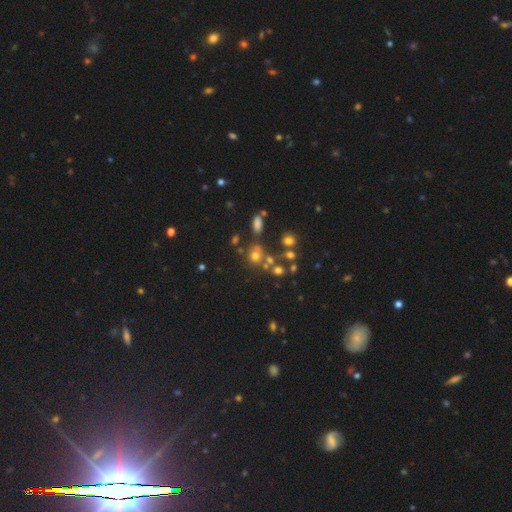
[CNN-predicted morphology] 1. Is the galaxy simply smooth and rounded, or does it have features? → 57% smooth, 28% star or artifact, 15% featured or disk.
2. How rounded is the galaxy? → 73% round, 25% in between, 2% cigar-shaped.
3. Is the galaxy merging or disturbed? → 57% none, 23% merger, 13% minor disturbance, 7% major disturbance.